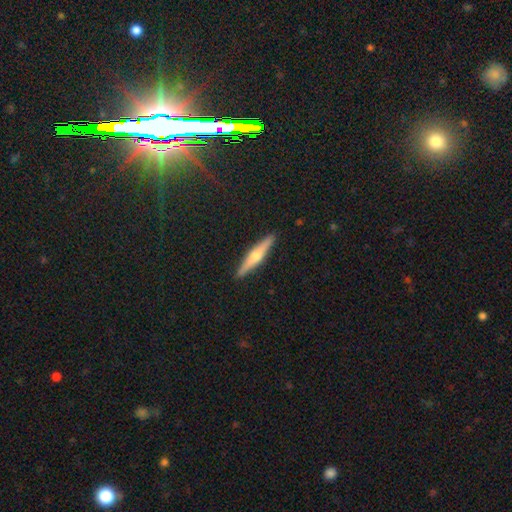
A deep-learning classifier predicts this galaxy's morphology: smooth_or_featured: featured or disk (p=0.60) [alt: smooth p=0.34]
disk_edge_on: yes (p=0.96) [alt: no p=0.04]
edge_on_bulge: rounded (p=0.90) [alt: none p=0.05]
merging: none (p=0.91) [alt: minor disturbance p=0.06]